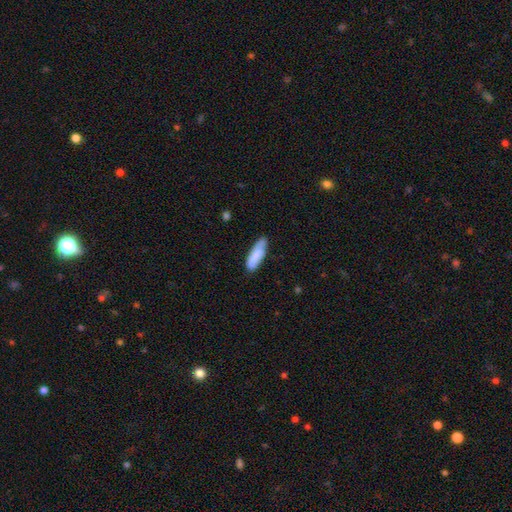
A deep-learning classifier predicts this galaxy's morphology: This appears to be a smooth galaxy with no disk features (82%) that is in between round and cigar-shaped (49%, tied with cigar-shaped). Merging: none (71%).